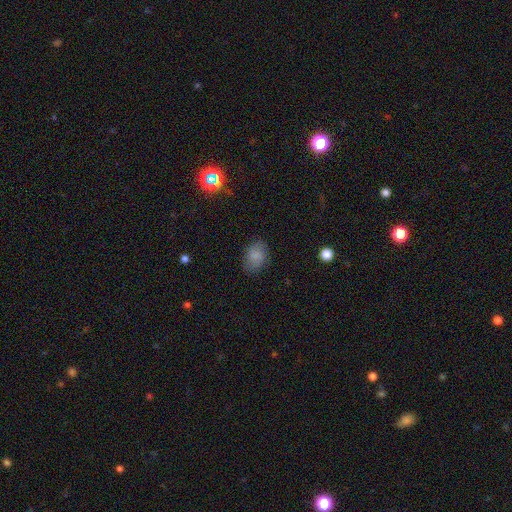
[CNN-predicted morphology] Smooth or featured: smooth — 73% (featured or disk — 18%)
How rounded: in between — 79% (round — 19%)
Merging: none — 79% (minor disturbance — 15%)